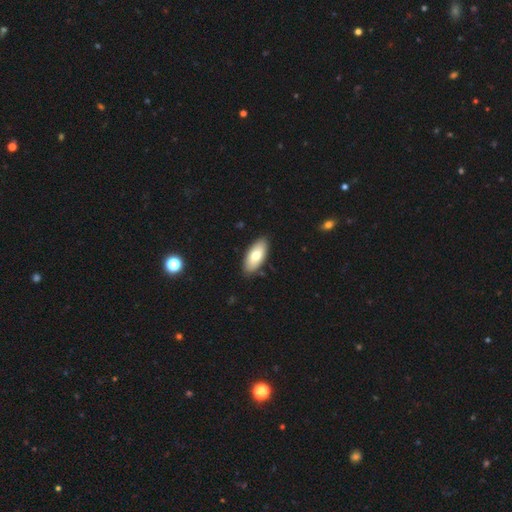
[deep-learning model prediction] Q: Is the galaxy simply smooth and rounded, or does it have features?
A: smooth — 73%.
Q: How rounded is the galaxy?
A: in between — 90%.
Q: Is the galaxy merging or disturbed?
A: none — 87%.